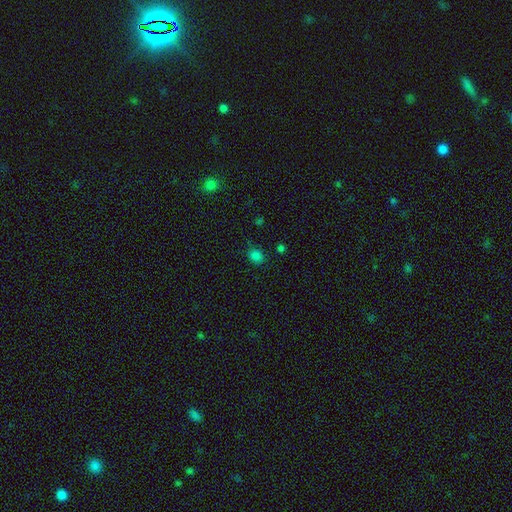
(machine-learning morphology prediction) smooth_or_featured: smooth (p=0.77) [alt: star or artifact p=0.19]
how_rounded: round (p=0.60) [alt: in between p=0.39]
merging: none (p=0.79) [alt: minor disturbance p=0.15]